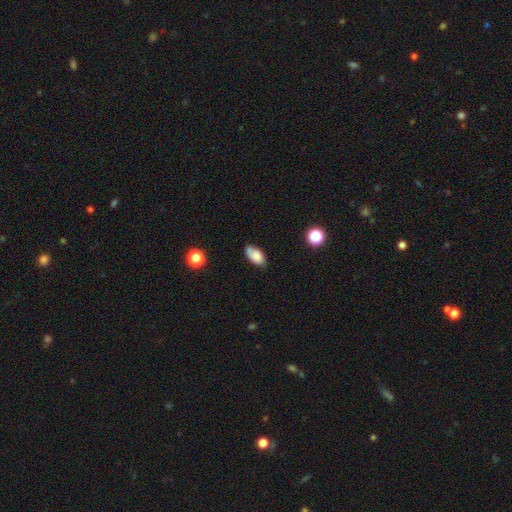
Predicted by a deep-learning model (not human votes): Overall: smooth (75%). How rounded: in between (92%). Merging: none (66%).